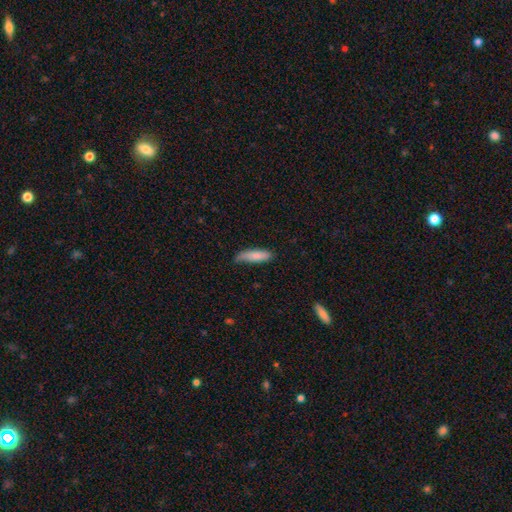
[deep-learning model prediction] The model was most divided on "how rounded": cigar-shaped: 62%, in between: 37%, round: 2%. More confident: smooth or featured — smooth (83%); merging — none (62%).